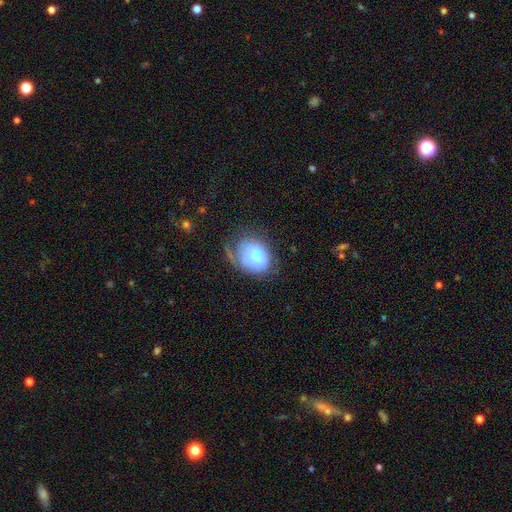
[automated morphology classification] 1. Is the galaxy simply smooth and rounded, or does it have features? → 62% smooth, 28% featured or disk, 10% star or artifact.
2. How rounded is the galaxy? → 51% in between, 48% round, 1% cigar-shaped.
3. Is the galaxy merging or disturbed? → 37% none, 30% minor disturbance, 25% major disturbance, 8% merger.